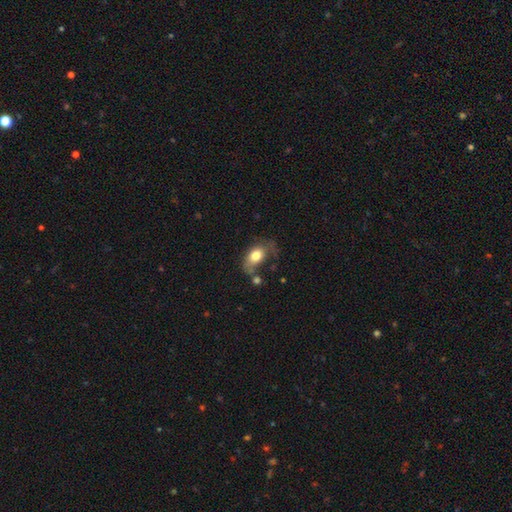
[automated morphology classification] A smooth galaxy with no disk features (74%) that is in between round and cigar-shaped (82%). Merging: none (36%).